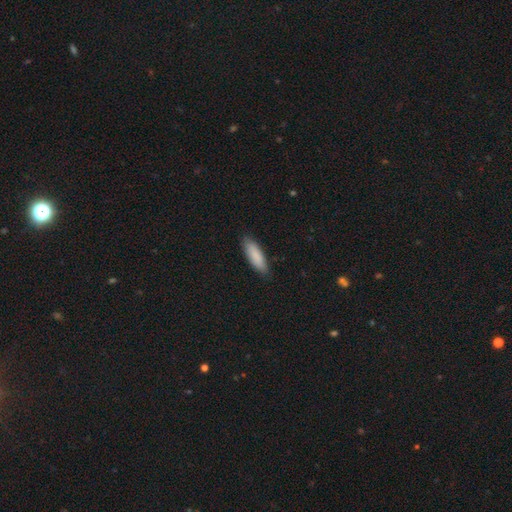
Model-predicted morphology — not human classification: A smooth galaxy with no disk features (88%) that is cigar-shaped (50%).

Vote fractions:
- Smooth or featured? smooth: 88% / featured or disk: 7% / star or artifact: 5%
- How rounded? cigar-shaped: 50% / in between: 48% / round: 1%
- Merging? none: 86% / minor disturbance: 11% / major disturbance: 2% / merger: 1%